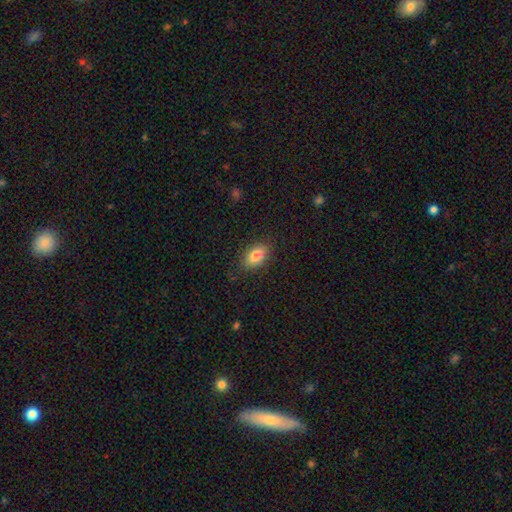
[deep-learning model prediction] smooth 85%, featured or disk 8%, star or artifact 7%. Down the decision tree: how rounded — in between (90%); merging — none (84%).